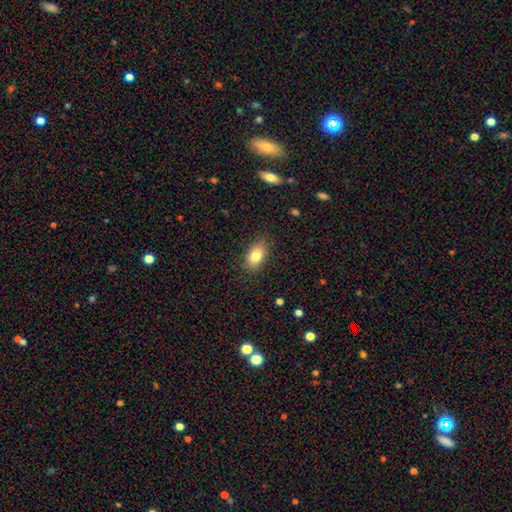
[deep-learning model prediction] smooth_or_featured: smooth (p=0.82) [alt: featured or disk p=0.10]
how_rounded: in between (p=0.90) [alt: round p=0.07]
merging: none (p=0.85) [alt: minor disturbance p=0.11]